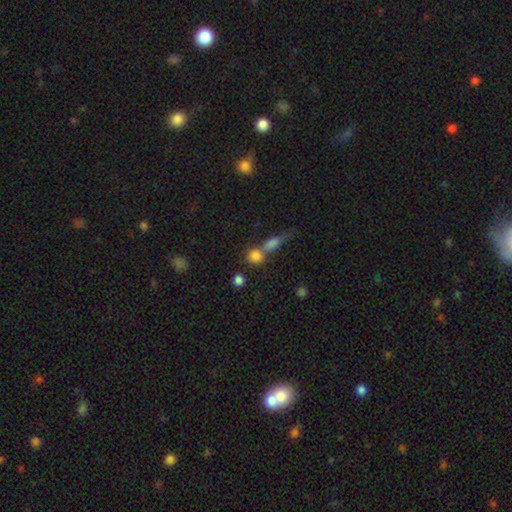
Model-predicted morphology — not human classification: Overall: smooth (80%). How rounded: round (75%). Merging: merger (46%; none 42%).